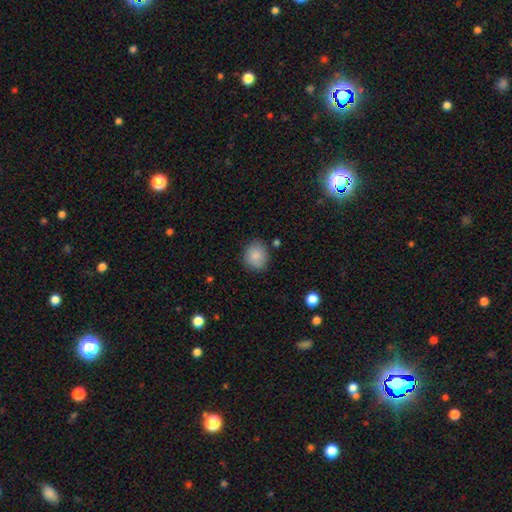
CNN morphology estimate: This is clearly a smooth galaxy (87%). How rounded: likely round (68%). Merging: clearly none (80%).